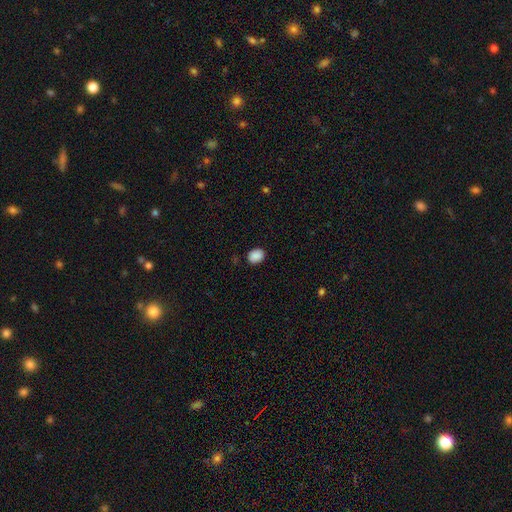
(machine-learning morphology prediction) type=smooth (89%); roundness=in between (57%); merging=none (88%).